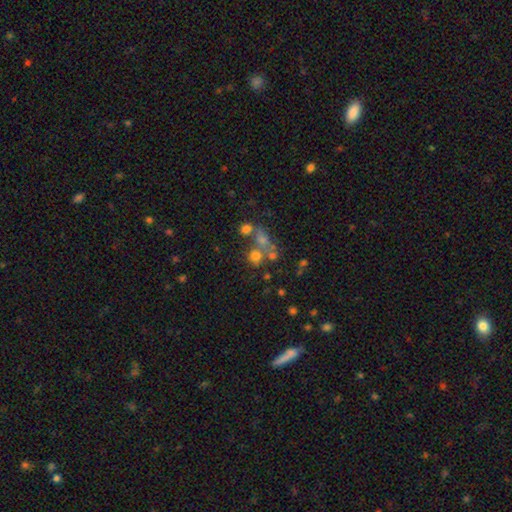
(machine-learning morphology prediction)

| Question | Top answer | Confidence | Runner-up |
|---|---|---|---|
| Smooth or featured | smooth | 64% | star or artifact (21%) |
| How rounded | round | 82% | in between (17%) |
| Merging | none | 50% | merger (33%) |